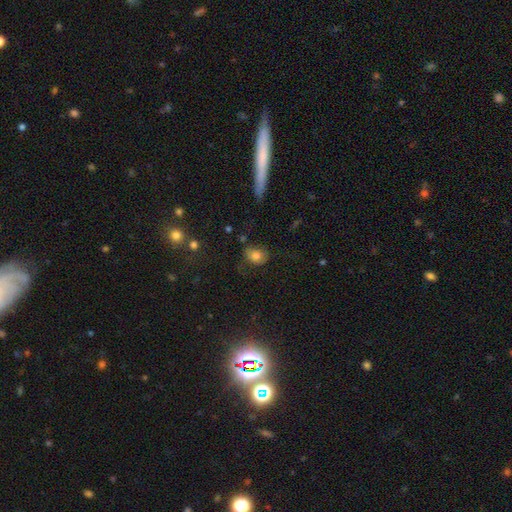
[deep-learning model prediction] This is likely a smooth galaxy (78%). How rounded: possibly in between (54%). Merging: possibly none (57%).